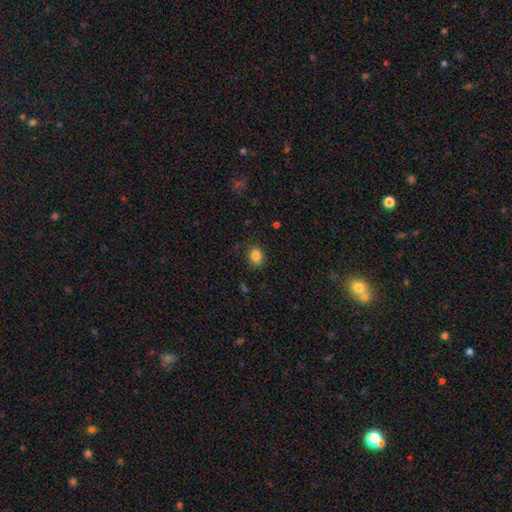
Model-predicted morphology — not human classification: A smooth galaxy with no disk features (84%) that is in between round and cigar-shaped (62%). Merging: none (80%).